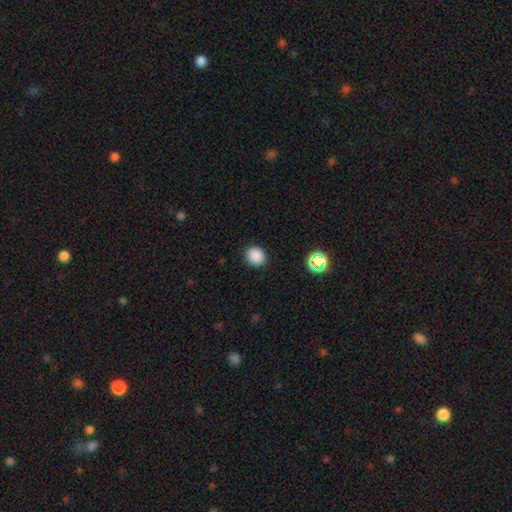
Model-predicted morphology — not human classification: This appears to be a smooth galaxy with no disk features (86%) that is round (82%). Merging: none (90%).